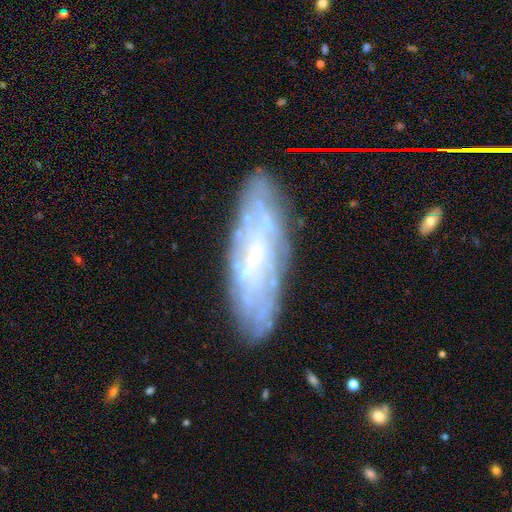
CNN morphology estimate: Overall: featured or disk (70%). Edge-on disk: no (73%). Bar: no (53%; weak 33%). Spiral arms: yes (67%; no 33%). Bulge size: small (72%). Merging: none (79%).